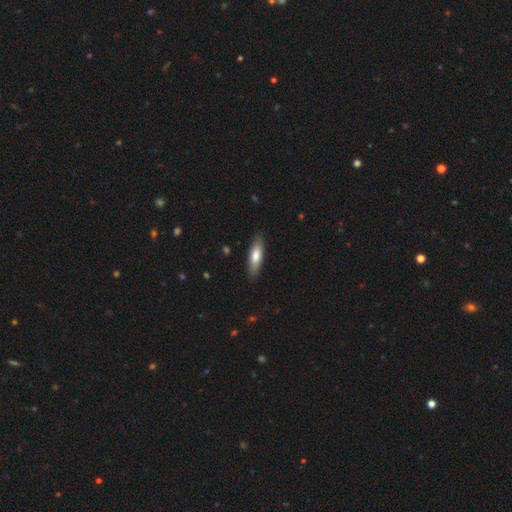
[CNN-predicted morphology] Overall: smooth (74%). How rounded: cigar-shaped (51%; in between 47%). Merging: none (86%).